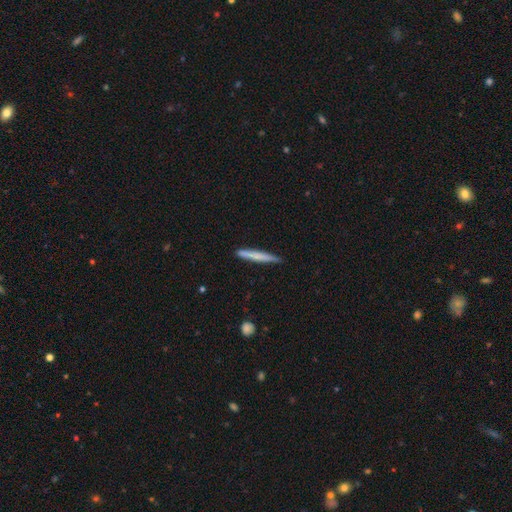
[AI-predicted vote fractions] Smooth or featured?
  - smooth: 66% *
  - featured or disk: 28%
  - star or artifact: 6%
How rounded?
  - cigar-shaped: 96% *
  - in between: 3%
  - round: 1%
Merging?
  - none: 87% *
  - minor disturbance: 10%
  - major disturbance: 2%
  - merger: 1%